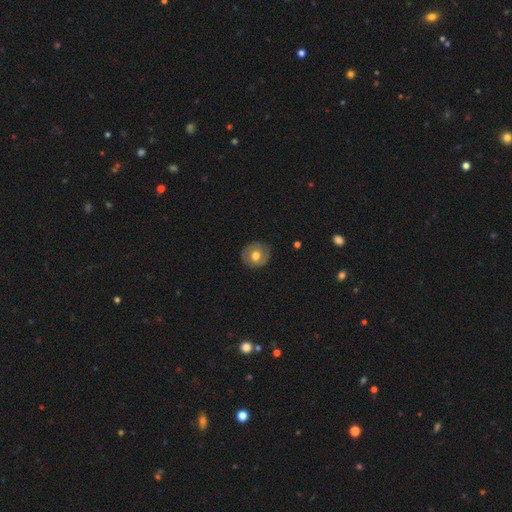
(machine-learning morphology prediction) A smooth galaxy with no disk features (56%) that is round (83%).

Vote fractions:
- Smooth or featured? smooth: 56% / featured or disk: 36% / star or artifact: 7%
- How rounded? round: 83% / in between: 16% / cigar-shaped: 1%
- Merging? none: 82% / minor disturbance: 13% / major disturbance: 3% / merger: 1%